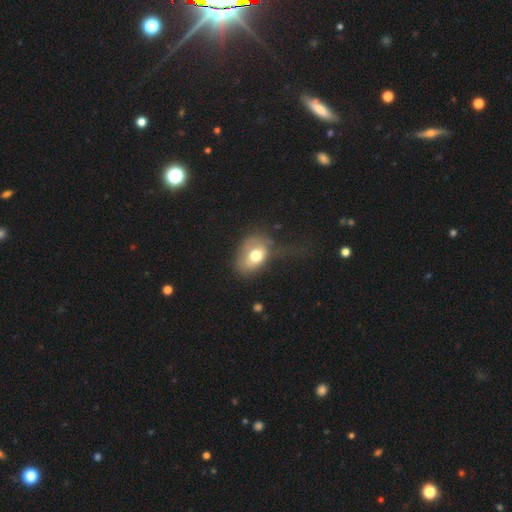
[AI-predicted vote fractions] Smooth or featured?
  - smooth: 67% *
  - featured or disk: 24%
  - star or artifact: 9%
How rounded?
  - in between: 77% *
  - round: 21%
  - cigar-shaped: 1%
Merging?
  - none: 37% *
  - minor disturbance: 31%
  - major disturbance: 29%
  - merger: 3%